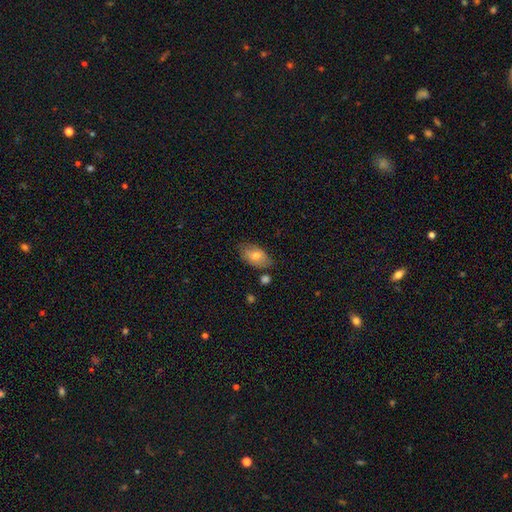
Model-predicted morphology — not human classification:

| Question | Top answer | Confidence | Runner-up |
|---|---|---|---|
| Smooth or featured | smooth | 76% | featured or disk (17%) |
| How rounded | in between | 92% | round (6%) |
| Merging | none | 70% | minor disturbance (21%) |